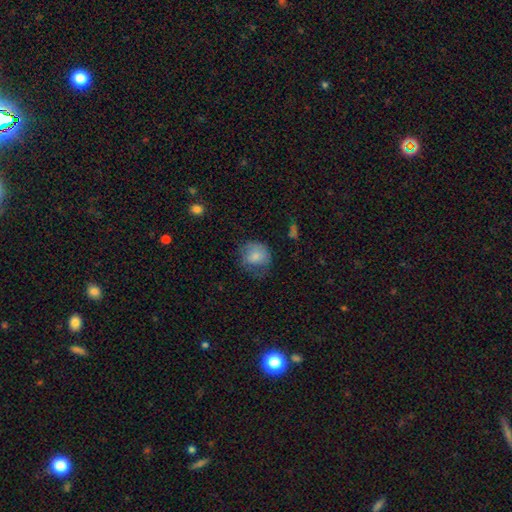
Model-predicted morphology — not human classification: Smooth or featured: smooth — 77% (featured or disk — 14%)
How rounded: round — 76% (in between — 23%)
Merging: none — 53% (minor disturbance — 29%)